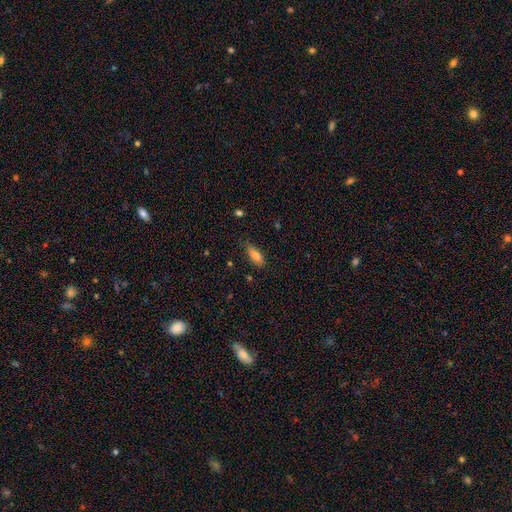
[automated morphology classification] smooth-or-featured: smooth: 77% | featured or disk: 15% | star or artifact: 8%
  how-rounded: in between: 72% | cigar-shaped: 25% | round: 3%
  merging: none: 71% | minor disturbance: 23% | major disturbance: 4% | merger: 2%